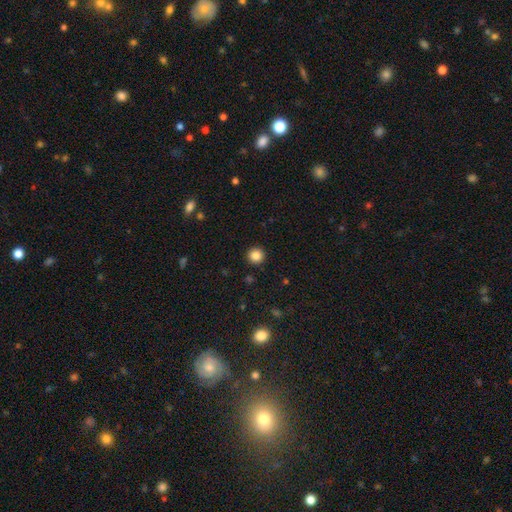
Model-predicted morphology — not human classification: Smooth or featured: smooth — 85% (star or artifact — 11%)
How rounded: round — 96% (in between — 3%)
Merging: none — 93% (minor disturbance — 4%)